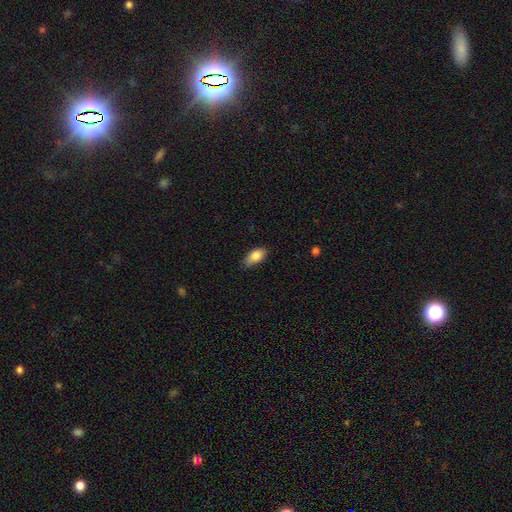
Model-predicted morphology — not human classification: Smooth or featured?
  - smooth: 85% *
  - featured or disk: 8%
  - star or artifact: 7%
How rounded?
  - in between: 90% *
  - cigar-shaped: 6%
  - round: 4%
Merging?
  - none: 72% *
  - minor disturbance: 23%
  - major disturbance: 4%
  - merger: 1%